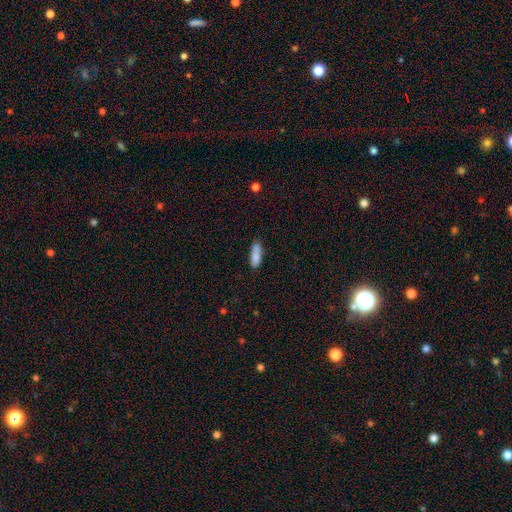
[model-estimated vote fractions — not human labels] Morphology: type=smooth (83%); roundness=in between (51%); merging=none (69%).